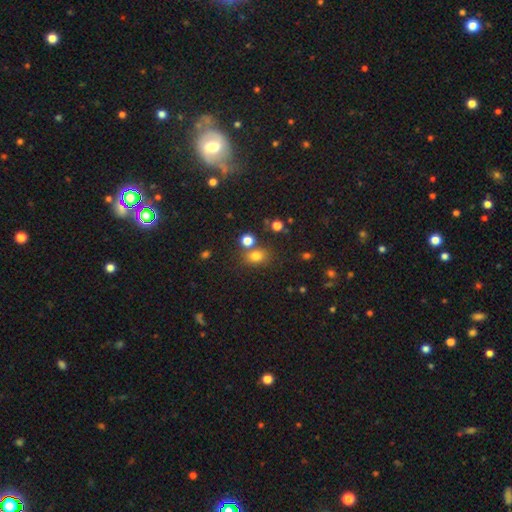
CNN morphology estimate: This is likely a smooth galaxy (76%). How rounded: possibly in between (53%). Merging: likely none (66%).